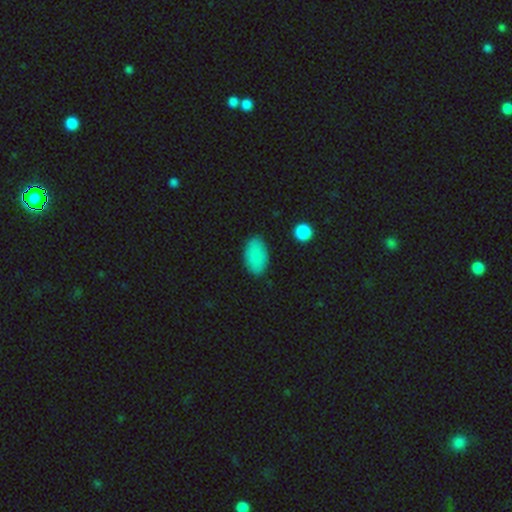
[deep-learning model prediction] Overall: smooth (86%). How rounded: in between (93%). Merging: none (83%).